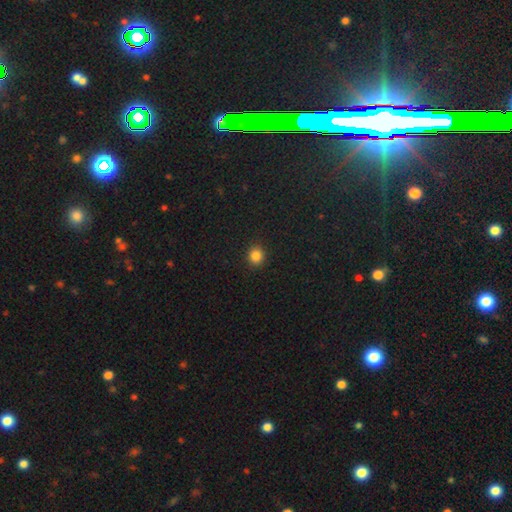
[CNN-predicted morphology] Smooth or featured? Predicted: smooth (p=0.85). How rounded? Predicted: round (p=0.85). Merging? Predicted: none (p=0.92).